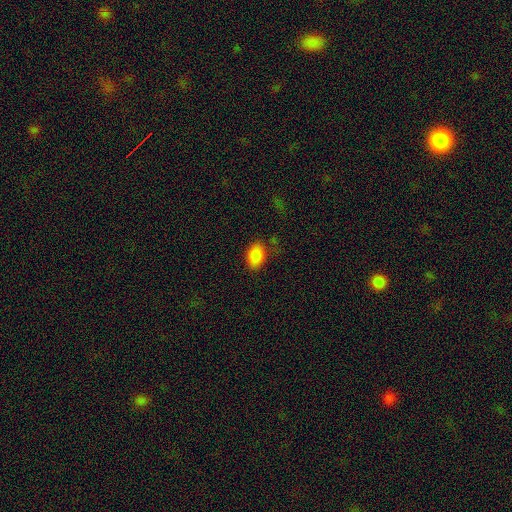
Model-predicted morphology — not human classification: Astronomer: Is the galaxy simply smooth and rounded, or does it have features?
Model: smooth — 86%.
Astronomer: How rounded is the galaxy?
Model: in between — 89%.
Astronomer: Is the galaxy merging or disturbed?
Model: none — 77%.